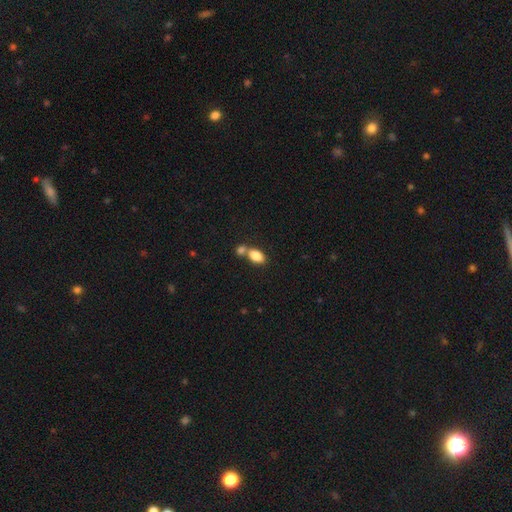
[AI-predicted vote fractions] Overall: smooth (84%). How rounded: in between (90%). Merging: merger (44%; none 43%).